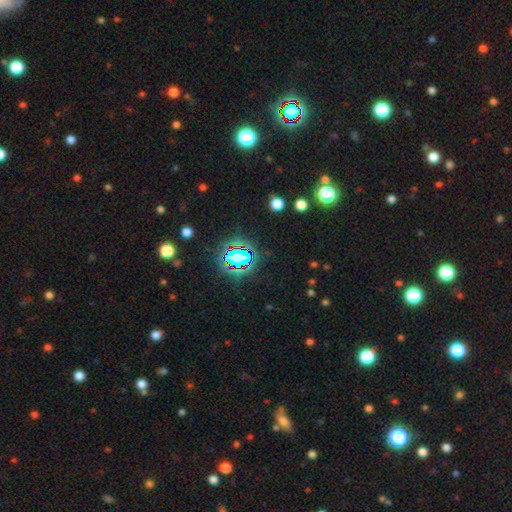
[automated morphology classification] This appears to be a star or artifact, not a galaxy (78%).